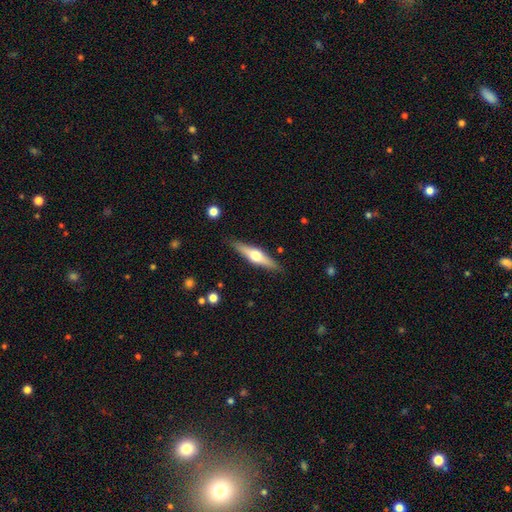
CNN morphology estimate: This is possibly a featured or disk galaxy (59%). It is clearly viewed edge-on (95%). Edge-on bulge: clearly rounded (94%). Merging: clearly none (88%).